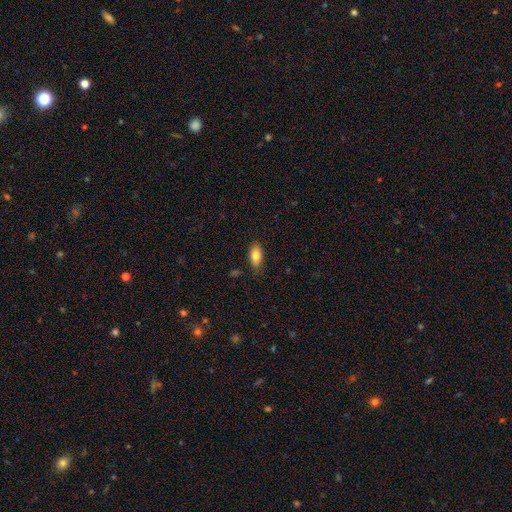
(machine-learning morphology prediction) Smooth or featured?
  - smooth: 81% *
  - featured or disk: 11%
  - star or artifact: 7%
How rounded?
  - in between: 86% *
  - cigar-shaped: 11%
  - round: 3%
Merging?
  - none: 82% *
  - minor disturbance: 14%
  - major disturbance: 3%
  - merger: 1%